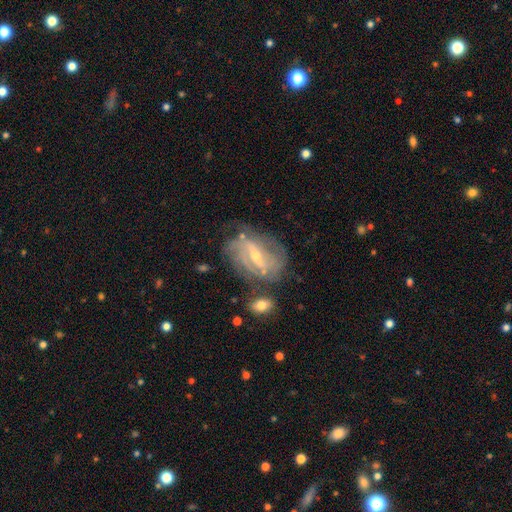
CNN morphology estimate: A featured or disk galaxy (82%) with a weak bar (42%, tied with strong), tight (47%) spiral arms (85%) and a small central bulge (57%).

Vote fractions:
- Smooth or featured? featured or disk: 82% / smooth: 11% / star or artifact: 7%
- Edge-on disk? no: 94% / yes: 6%
- Bar? weak: 42% (tied) / strong: 42% (tied) / no: 16%
- Spiral arms? yes: 85% / no: 15%
- Spiral winding? tight: 47% / medium: 36% / loose: 18%
- Spiral arm count? can't tell: 38% / 2: 35% / 3: 13% / 4: 6% / 1: 4% / more than 4: 4%
- Bulge size? small: 57% / moderate: 39% / none: 2% / large: 2% / dominant: 1%
- Merging? none: 62% / minor disturbance: 21% / major disturbance: 11% / merger: 6%